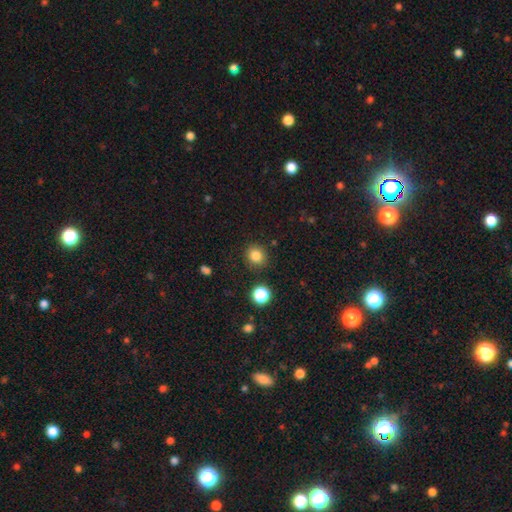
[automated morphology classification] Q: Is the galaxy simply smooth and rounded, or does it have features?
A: smooth — 83%.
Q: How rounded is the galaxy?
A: round — 85%.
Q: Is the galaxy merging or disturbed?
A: none — 87%.